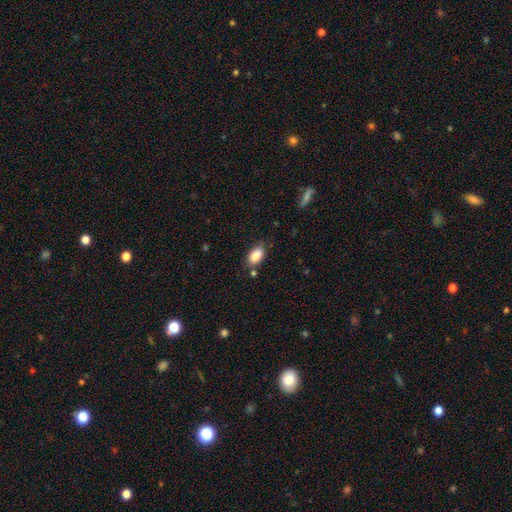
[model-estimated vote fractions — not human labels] This is clearly a smooth galaxy (85%). How rounded: clearly in between (91%). Merging: likely none (73%).